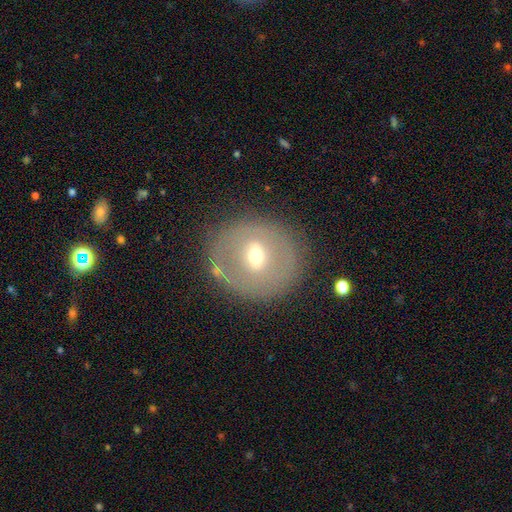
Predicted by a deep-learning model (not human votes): Smooth or featured?
  - featured or disk: 48% *
  - smooth: 42%
  - star or artifact: 10%
Merging?
  - none: 79% *
  - minor disturbance: 12%
  - major disturbance: 6%
  - merger: 3%